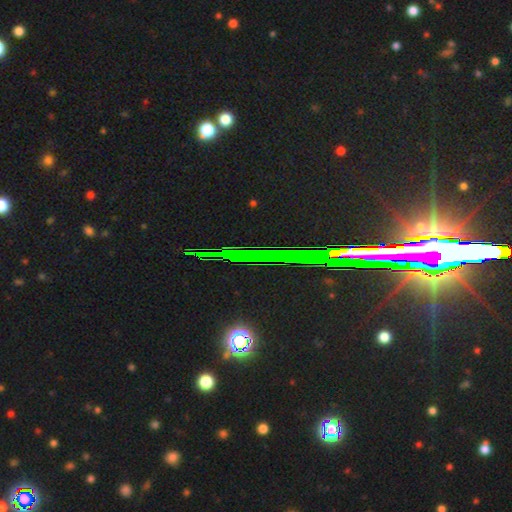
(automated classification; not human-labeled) Overall: star or artifact (74%).